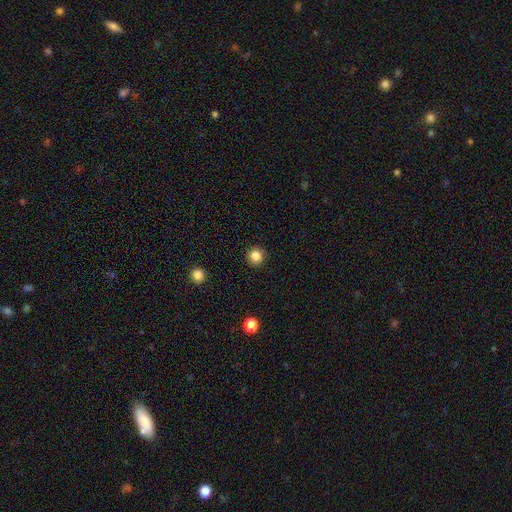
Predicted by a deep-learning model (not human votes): A smooth galaxy with no disk features (84%) that is round (94%). Merging: none (92%).